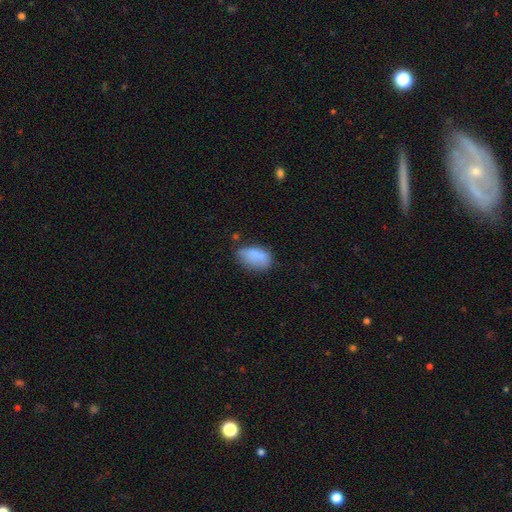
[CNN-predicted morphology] Smooth or featured?
  - smooth: 78% *
  - featured or disk: 13%
  - star or artifact: 9%
How rounded?
  - in between: 89% *
  - round: 9%
  - cigar-shaped: 2%
Merging?
  - none: 48% *
  - minor disturbance: 33%
  - major disturbance: 12%
  - merger: 7%